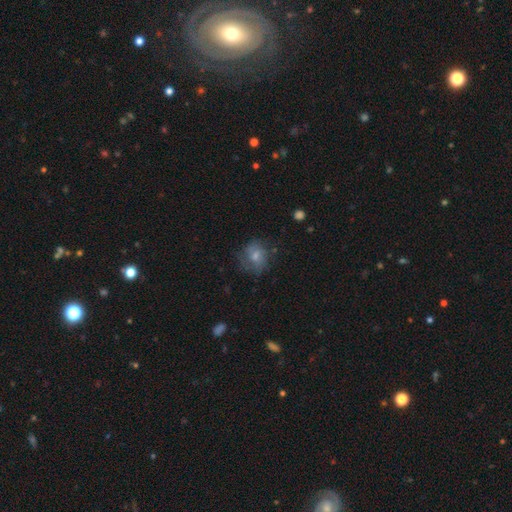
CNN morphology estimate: Smooth or featured: smooth — 57% (featured or disk — 34%)
How rounded: round — 63% (in between — 36%)
Merging: none — 57% (minor disturbance — 26%)